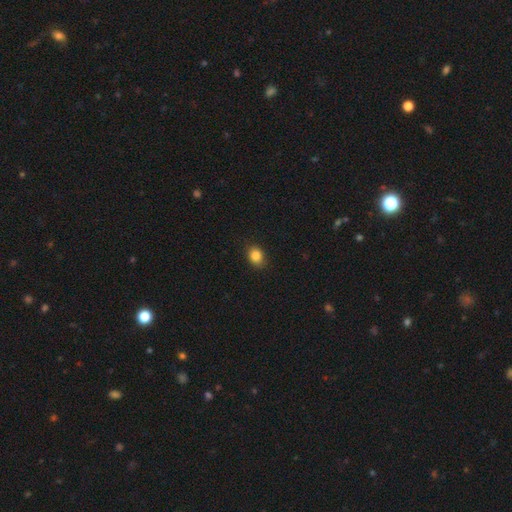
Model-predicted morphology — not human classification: A smooth galaxy with no disk features (85%) that is in between round and cigar-shaped (54%). Merging: none (86%).